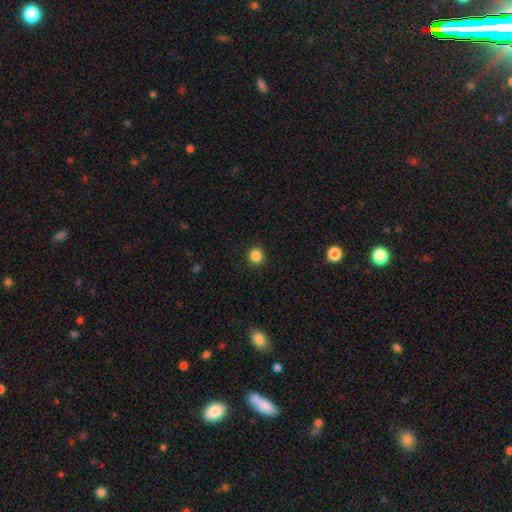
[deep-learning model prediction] Overall: smooth (85%). How rounded: round (92%). Merging: none (91%).